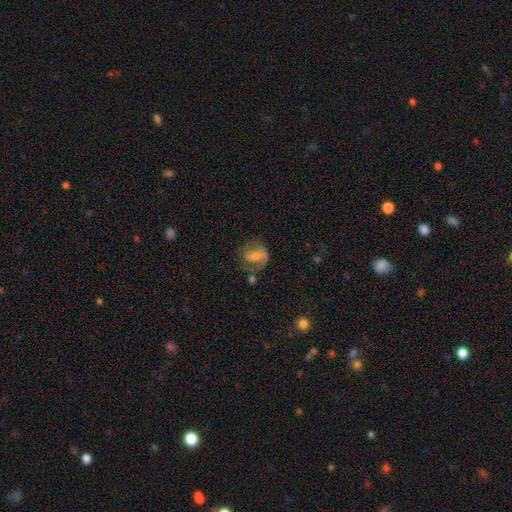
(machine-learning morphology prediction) A featured or disk galaxy (68%) with a weak bar (46%), 2 (71%) medium (49%) spiral arms (87%) and a small central bulge (46%). Merging: none (55%).